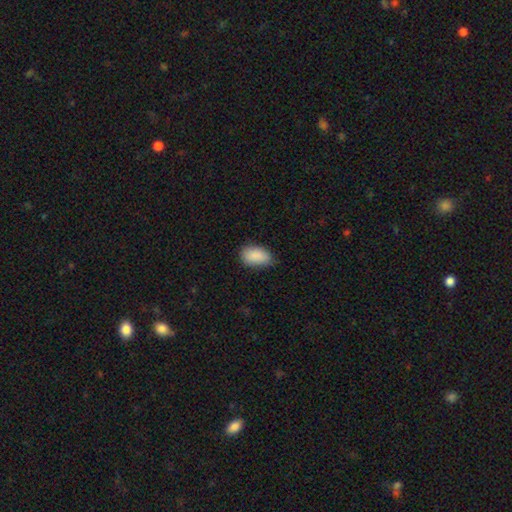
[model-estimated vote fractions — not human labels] Q: Smooth or featured?
A: smooth (89%); runner-up: star or artifact (7%)
Q: How rounded?
A: in between (93%); runner-up: round (5%)
Q: Merging?
A: none (70%); runner-up: minor disturbance (25%)